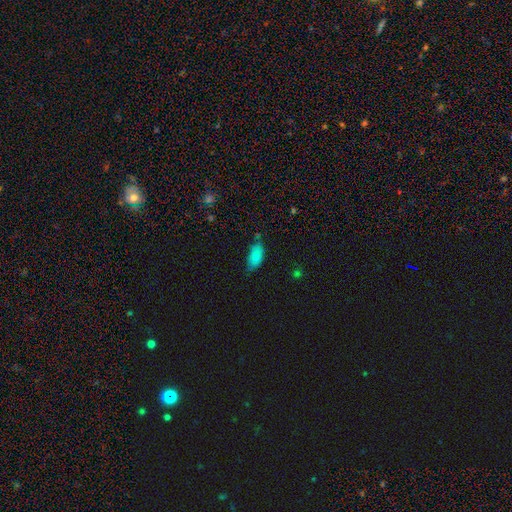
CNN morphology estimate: Smooth or featured? Predicted: smooth (p=0.85). How rounded? Predicted: in between (p=0.89). Merging? Predicted: none (p=0.59).